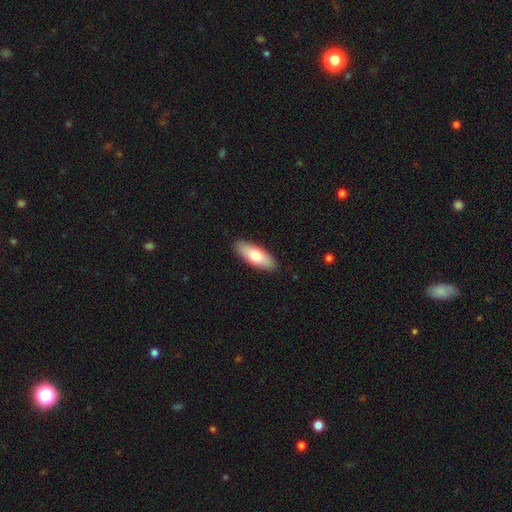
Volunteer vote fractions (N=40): smooth_or_featured: smooth (p=0.62) [alt: featured or disk p=0.33]
how_rounded: in between (p=0.84) [alt: cigar-shaped p=0.12]
merging: none (p=0.95) [alt: minor disturbance p=0.03]